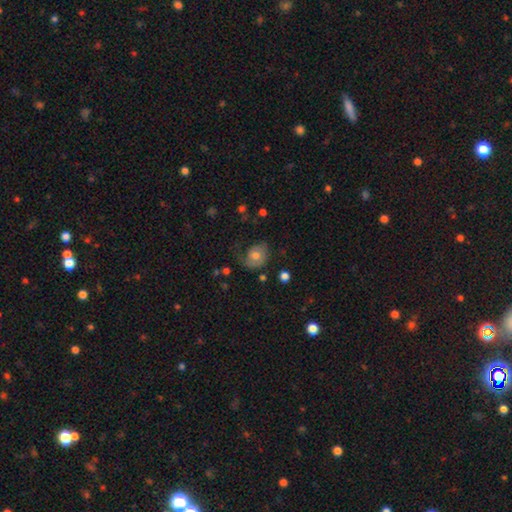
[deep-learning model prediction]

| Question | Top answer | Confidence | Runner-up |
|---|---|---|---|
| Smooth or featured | smooth | 52% | featured or disk (39%) |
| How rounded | round | 54% | in between (45%) |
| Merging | none | 46% | major disturbance (26%) |